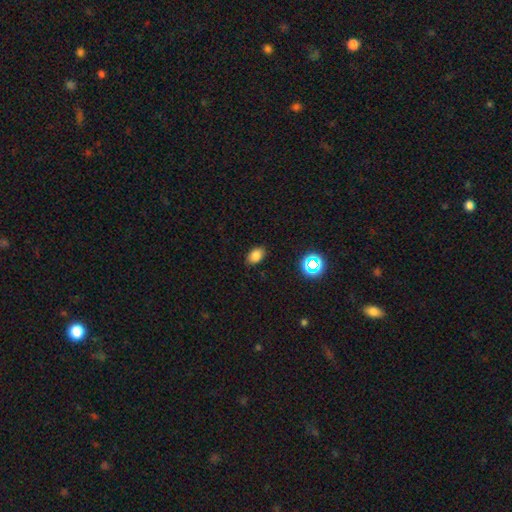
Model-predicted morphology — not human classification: smooth-or-featured: smooth: 80% | star or artifact: 14% | featured or disk: 6%
  how-rounded: in between: 83% | round: 16% | cigar-shaped: 1%
  merging: none: 86% | minor disturbance: 11% | major disturbance: 3% | merger: 1%